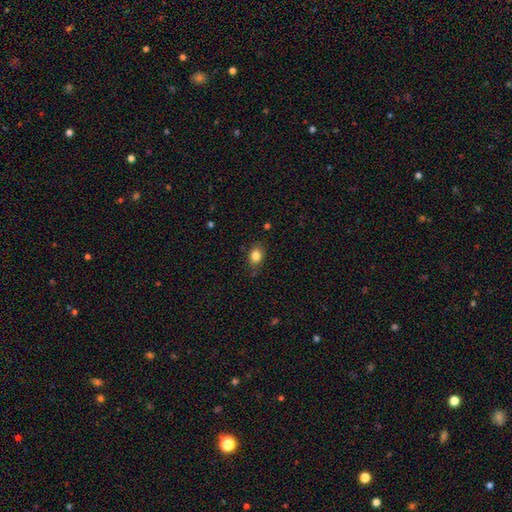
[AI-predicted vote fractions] The model was most divided on "how rounded": in between: 57%, round: 42%, cigar-shaped: 1%. More confident: smooth or featured — smooth (83%); merging — none (78%).